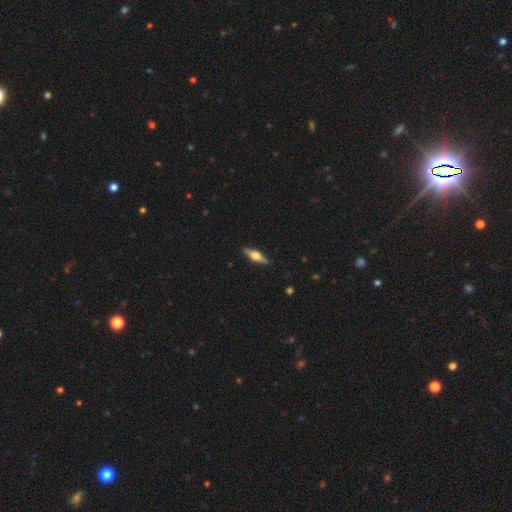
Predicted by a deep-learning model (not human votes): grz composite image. It shows a featured or disk galaxy (65%) viewed edge-on (96%) with a rounded central bulge (91%). Merging: none (87%).